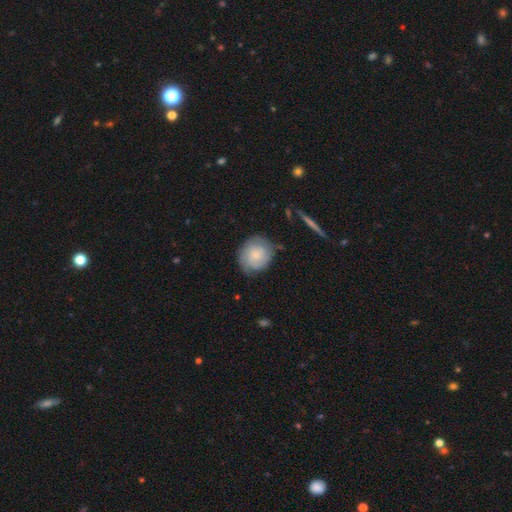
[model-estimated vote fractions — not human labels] Smooth or featured?
  - smooth: 57% *
  - featured or disk: 36%
  - star or artifact: 7%
How rounded?
  - round: 73% *
  - in between: 26%
  - cigar-shaped: 1%
Merging?
  - none: 73% *
  - minor disturbance: 20%
  - major disturbance: 5%
  - merger: 2%